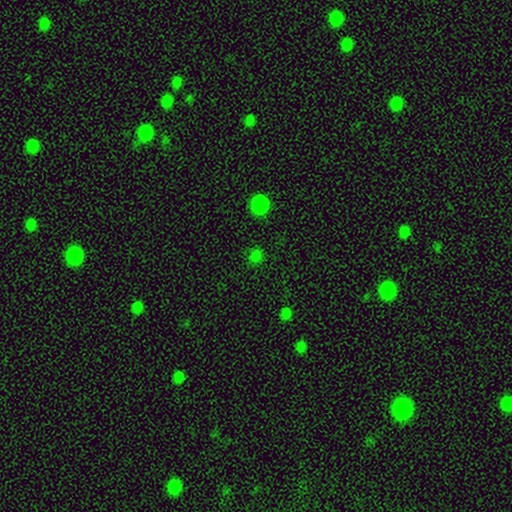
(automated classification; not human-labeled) This appears to be a smooth galaxy with no disk features (69%) that is round (82%). Merging: none (85%).